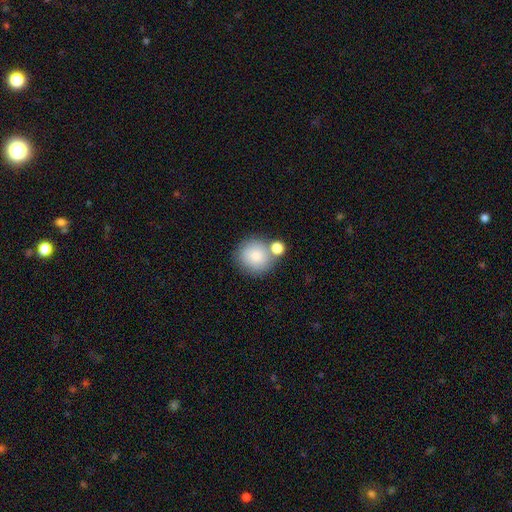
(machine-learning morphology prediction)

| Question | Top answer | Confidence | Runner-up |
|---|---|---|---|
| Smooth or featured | smooth | 83% | featured or disk (9%) |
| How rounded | round | 88% | in between (11%) |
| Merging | none | 60% | merger (24%) |